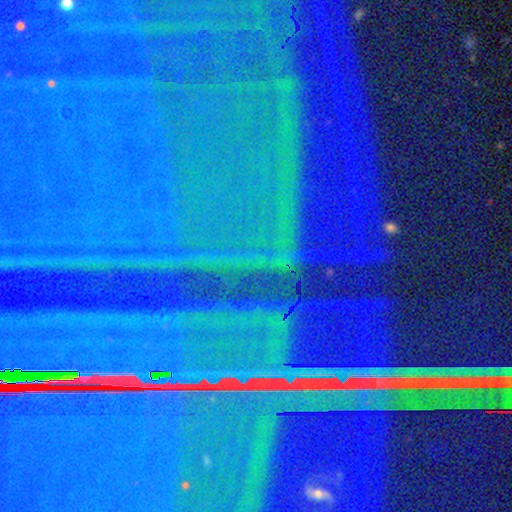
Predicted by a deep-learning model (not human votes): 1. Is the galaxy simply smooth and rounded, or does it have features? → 88% star or artifact, 7% featured or disk, 5% smooth.